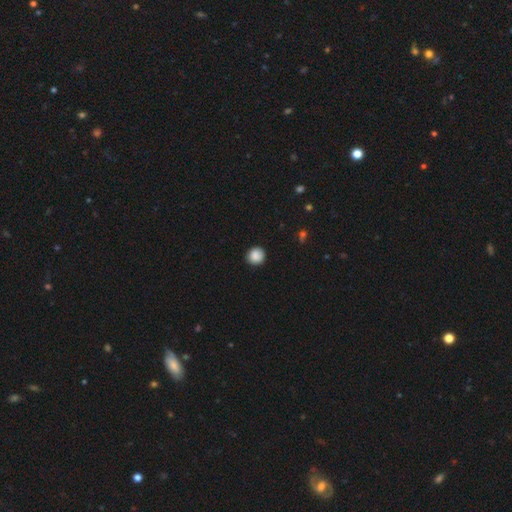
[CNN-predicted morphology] This appears to be a smooth galaxy with no disk features (88%) that is round (92%). Merging: none (90%).